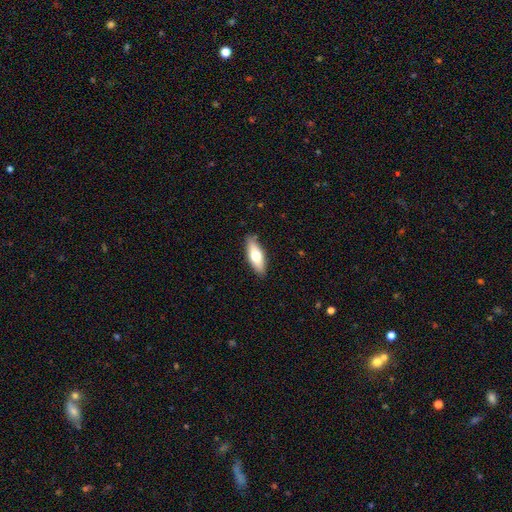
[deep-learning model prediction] Q: Smooth or featured?
A: smooth (66%); runner-up: featured or disk (28%)
Q: How rounded?
A: in between (67%); runner-up: cigar-shaped (31%)
Q: Merging?
A: none (87%); runner-up: minor disturbance (10%)